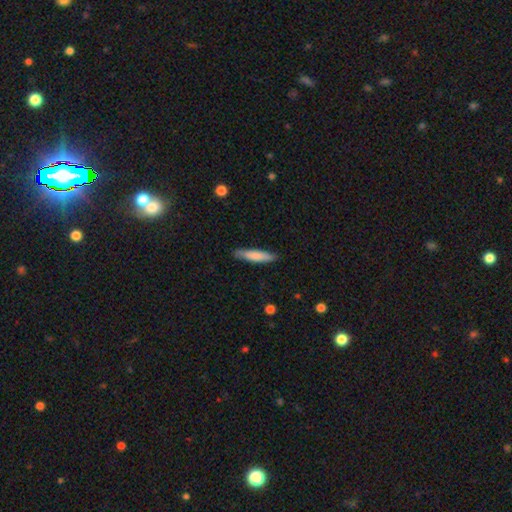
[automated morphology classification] smooth 77%, featured or disk 18%, star or artifact 6%. Down the decision tree: how rounded — cigar-shaped (85%); merging — none (85%).